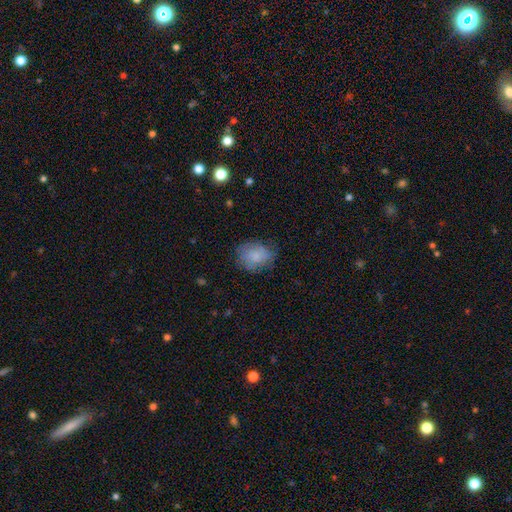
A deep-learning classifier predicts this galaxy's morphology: smooth_or_featured: smooth (p=0.77) [alt: featured or disk p=0.15]
how_rounded: round (p=0.50) [alt: in between p=0.49]
merging: none (p=0.71) [alt: minor disturbance p=0.21]